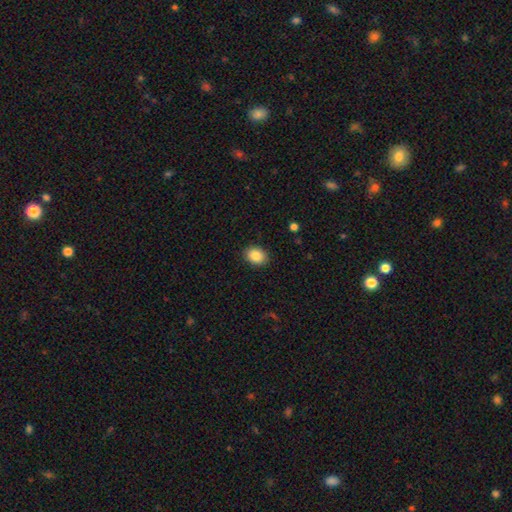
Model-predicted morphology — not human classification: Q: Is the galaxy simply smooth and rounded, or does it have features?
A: smooth — 87%.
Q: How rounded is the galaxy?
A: in between — 60%.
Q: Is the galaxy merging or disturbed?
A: none — 89%.